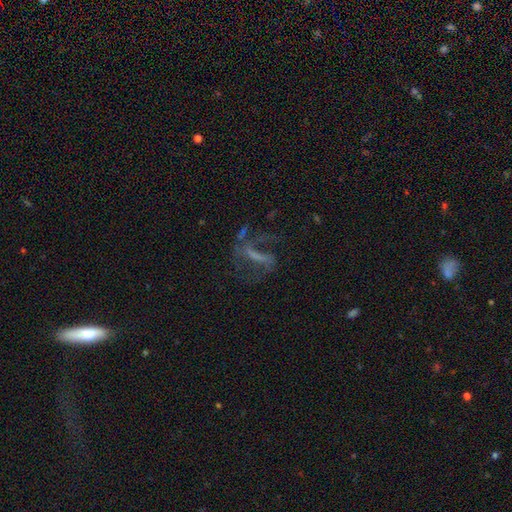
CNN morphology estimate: Smooth or featured? featured or disk (65%)
Edge-on disk? no (91%)
Bar? strong (45%)
Spiral arms? yes (71%)
Bulge size? none (57%)
Merging? none (43%)